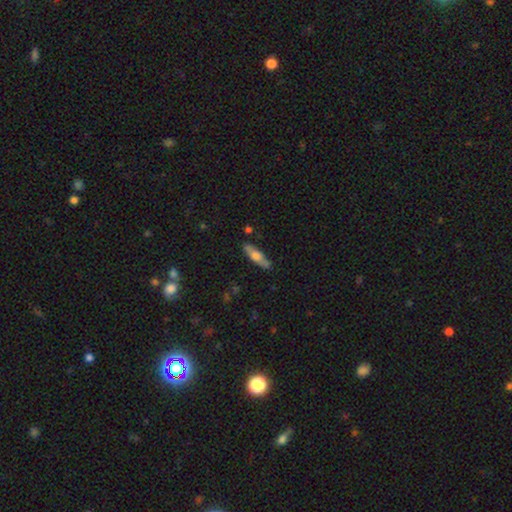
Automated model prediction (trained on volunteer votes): Q: Smooth or featured?
A: smooth (54%); runner-up: featured or disk (40%)
Q: How rounded?
A: cigar-shaped (63%); runner-up: in between (35%)
Q: Merging?
A: none (83%); runner-up: minor disturbance (13%)